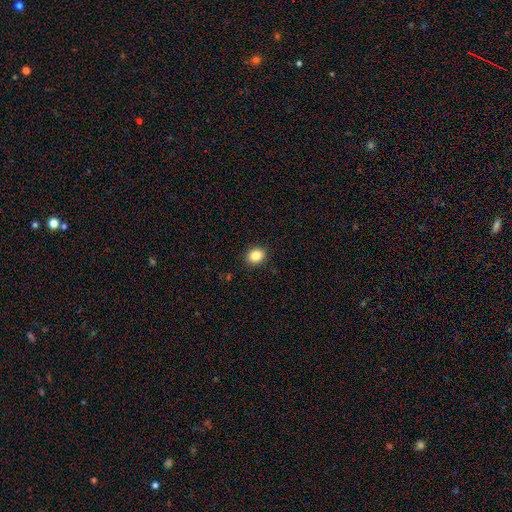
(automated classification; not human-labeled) Q: Smooth or featured?
A: smooth (84%); runner-up: star or artifact (10%)
Q: How rounded?
A: round (61%); runner-up: in between (38%)
Q: Merging?
A: none (90%); runner-up: minor disturbance (7%)